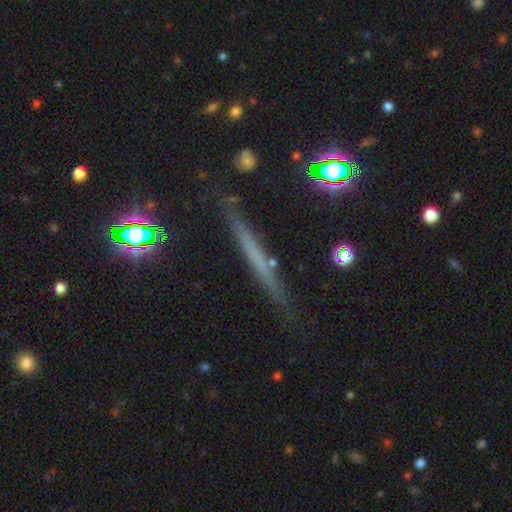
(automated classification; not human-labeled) Overall: featured or disk (45%; smooth 39%). Merging: none (82%).